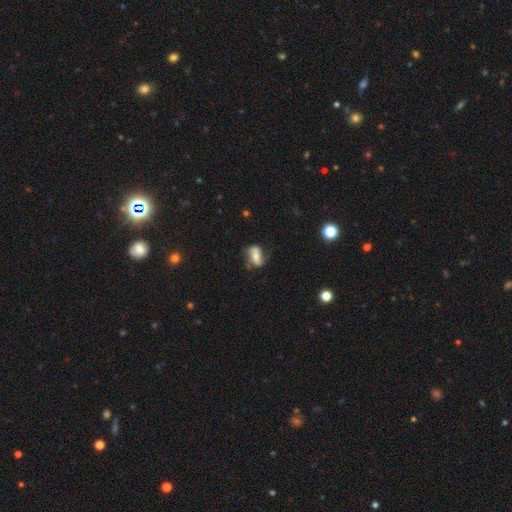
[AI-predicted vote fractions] This appears to be a featured or disk galaxy (50%). Merging: none (59%).